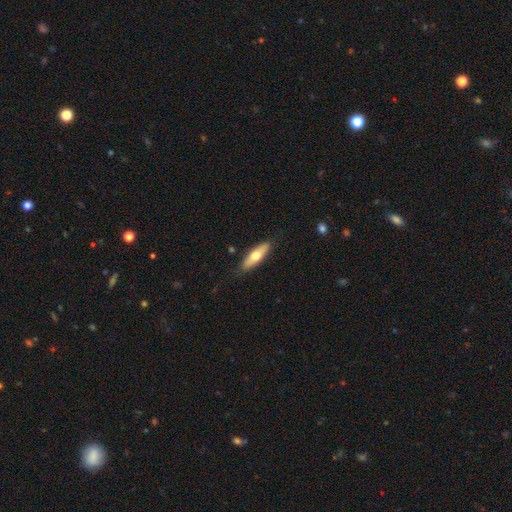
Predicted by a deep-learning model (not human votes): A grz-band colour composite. It shows a smooth galaxy with no disk features (59%) that is cigar-shaped (55%). Merging: none (84%).